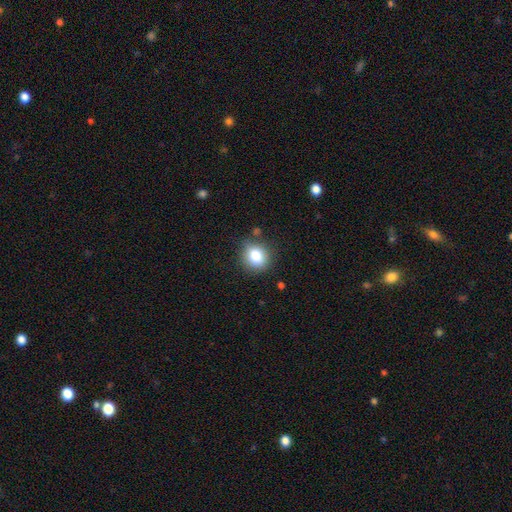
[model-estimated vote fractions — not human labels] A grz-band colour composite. It shows a smooth galaxy with no disk features (82%) that is round (72%). Merging: none (81%).